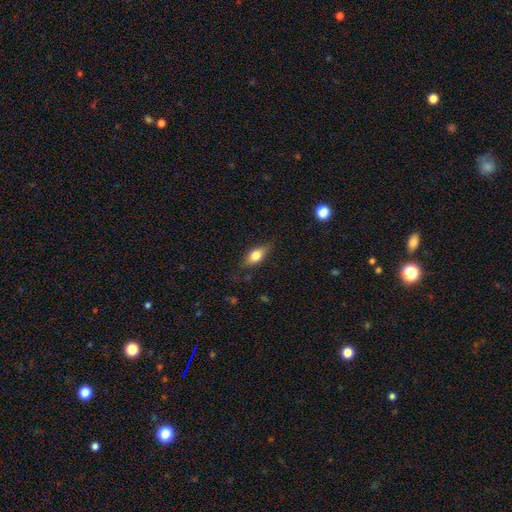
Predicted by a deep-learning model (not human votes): smooth-or-featured: smooth: 68% | featured or disk: 24% | star or artifact: 8%
  how-rounded: in between: 79% | cigar-shaped: 14% | round: 6%
  merging: none: 78% | minor disturbance: 17% | major disturbance: 4% | merger: 1%